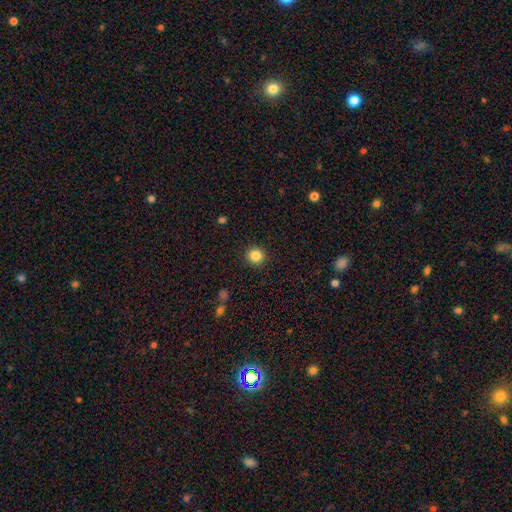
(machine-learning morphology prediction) This is clearly a smooth galaxy (84%). How rounded: clearly round (93%). Merging: clearly none (92%).